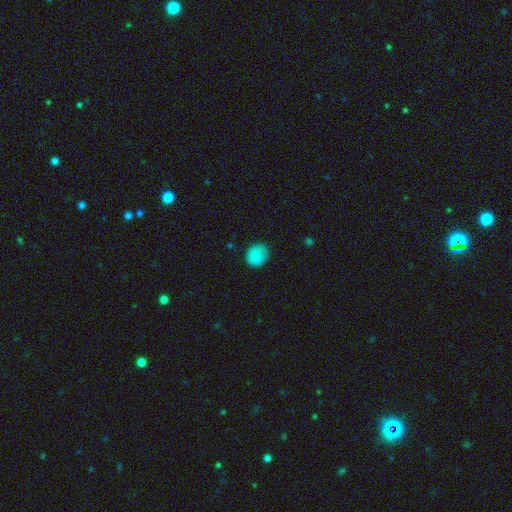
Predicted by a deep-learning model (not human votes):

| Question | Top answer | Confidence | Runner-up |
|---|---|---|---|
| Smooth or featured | smooth | 84% | star or artifact (8%) |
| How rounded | round | 70% | in between (29%) |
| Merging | none | 80% | minor disturbance (16%) |